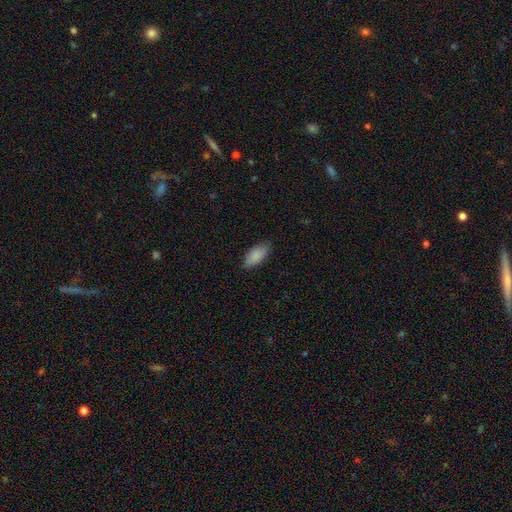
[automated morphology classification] A smooth galaxy with no disk features (87%) that is in between round and cigar-shaped (90%).

Vote fractions:
- Smooth or featured? smooth: 87% / featured or disk: 7% / star or artifact: 6%
- How rounded? in between: 90% / cigar-shaped: 8% / round: 2%
- Merging? none: 79% / minor disturbance: 17% / major disturbance: 3% / merger: 1%